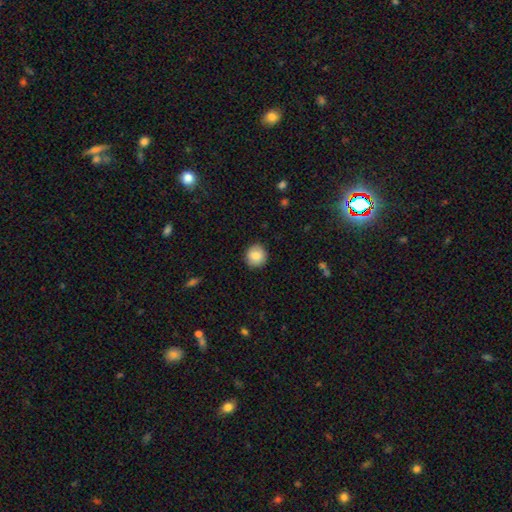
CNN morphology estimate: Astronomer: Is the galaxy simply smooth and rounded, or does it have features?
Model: smooth — 85%.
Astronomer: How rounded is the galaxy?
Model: round — 90%.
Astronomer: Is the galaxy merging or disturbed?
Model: none — 89%.